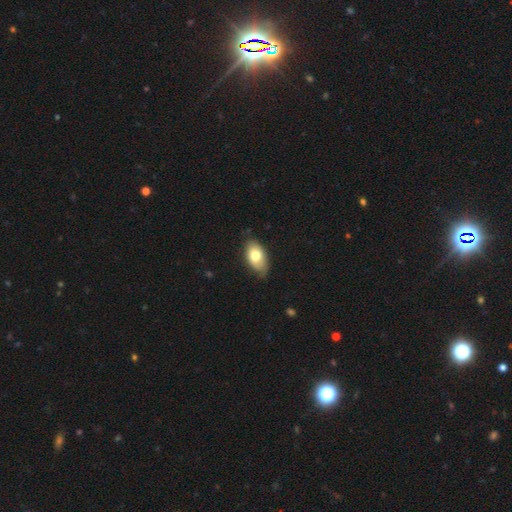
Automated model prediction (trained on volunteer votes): This is likely a smooth galaxy (74%). How rounded: clearly in between (94%). Merging: likely none (68%).